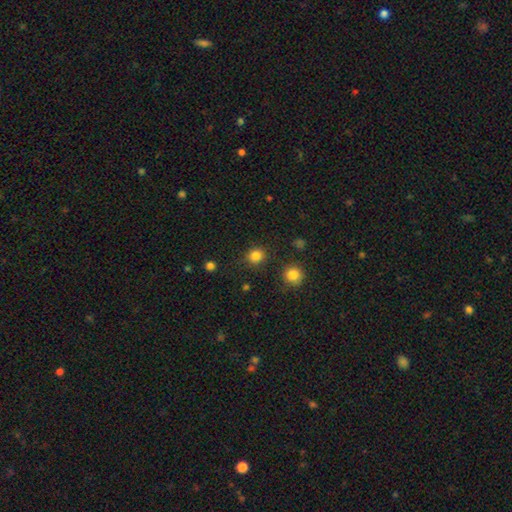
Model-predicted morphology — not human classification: The model was most divided on "smooth or featured": smooth: 84%, star or artifact: 13%, featured or disk: 4%. More confident: how rounded — round (88%); merging — none (87%).